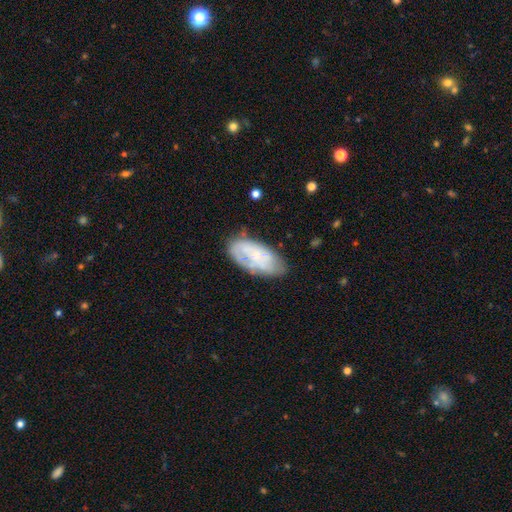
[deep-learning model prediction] smooth_or_featured: featured or disk (p=0.54) [alt: smooth p=0.39]
disk_edge_on: no (p=0.93) [alt: yes p=0.07]
merging: none (p=0.61) [alt: minor disturbance p=0.26]